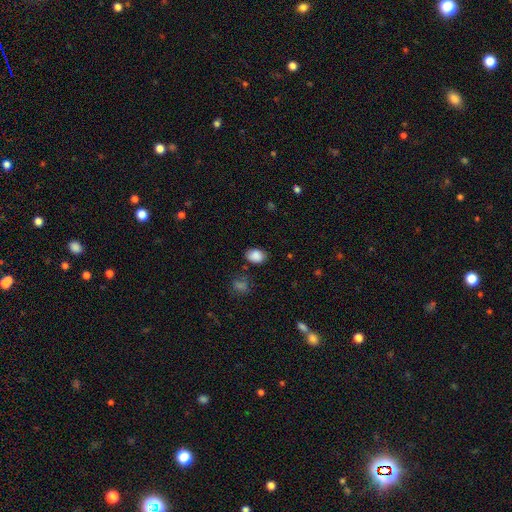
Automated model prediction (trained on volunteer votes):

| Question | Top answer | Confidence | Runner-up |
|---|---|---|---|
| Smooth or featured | smooth | 86% | star or artifact (9%) |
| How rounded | in between | 71% | round (28%) |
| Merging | none | 77% | minor disturbance (16%) |